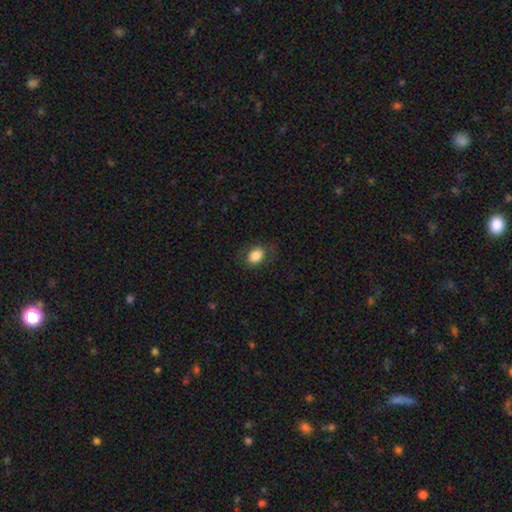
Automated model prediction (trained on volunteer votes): The model was most divided on "how rounded": in between: 74%, round: 24%, cigar-shaped: 1%. More confident: smooth or featured — smooth (83%); merging — none (78%).